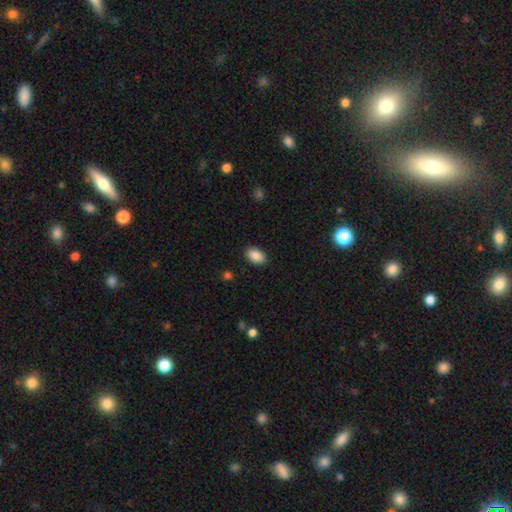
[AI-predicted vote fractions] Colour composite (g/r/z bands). It shows a smooth galaxy with no disk features (89%) that is in between round and cigar-shaped (90%). Merging: none (89%).